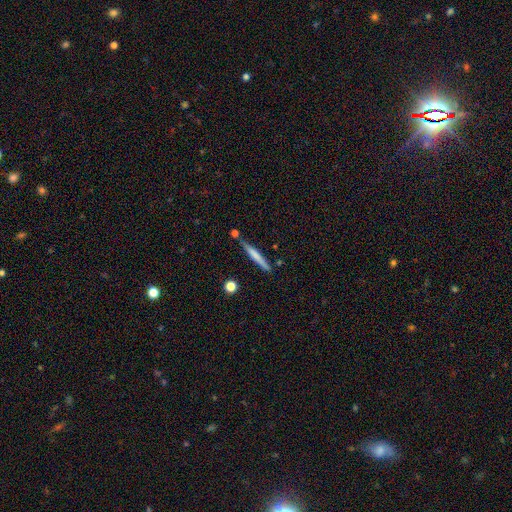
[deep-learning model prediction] Smooth or featured? Predicted: smooth (p=0.57). How rounded? Predicted: cigar-shaped (p=0.95). Merging? Predicted: none (p=0.78).